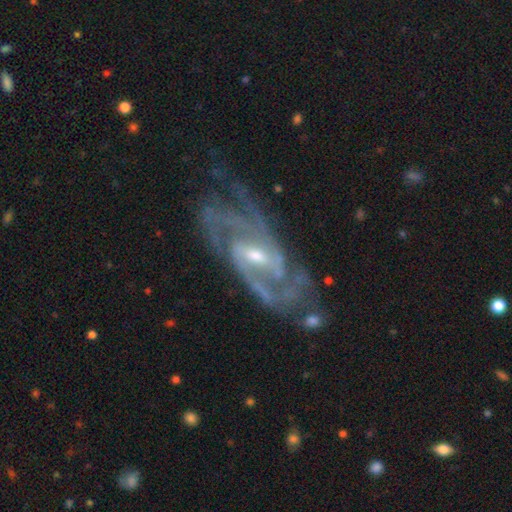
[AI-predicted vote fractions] A featured or disk galaxy (91%) with a weak bar (47%), 2 (32%) tight (50%) spiral arms (98%) and a small central bulge (53%). Merging: none (72%).